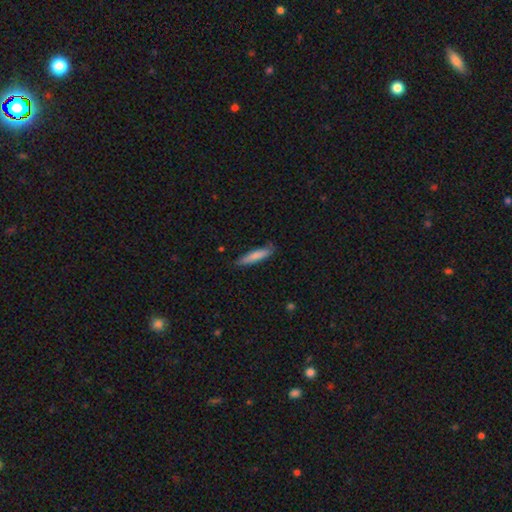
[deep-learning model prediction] Smooth or featured? smooth (80%)
How rounded? cigar-shaped (83%)
Merging? none (80%)